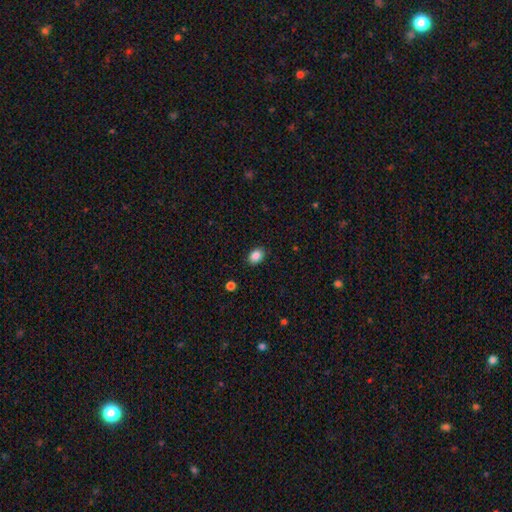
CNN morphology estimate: Q: Smooth or featured?
A: smooth (87%); runner-up: star or artifact (9%)
Q: How rounded?
A: in between (67%); runner-up: round (32%)
Q: Merging?
A: none (88%); runner-up: minor disturbance (8%)